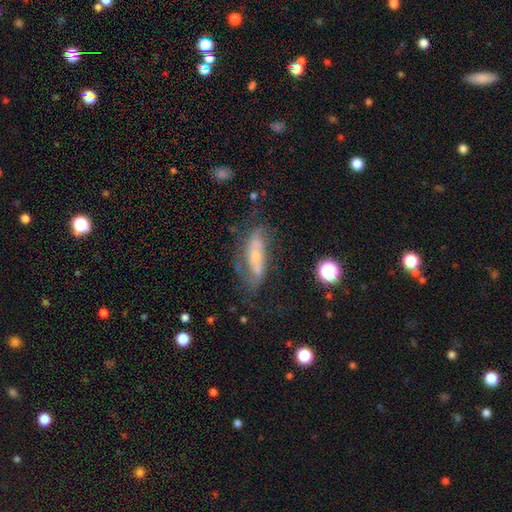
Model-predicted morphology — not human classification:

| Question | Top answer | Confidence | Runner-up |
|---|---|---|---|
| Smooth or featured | featured or disk | 67% | smooth (24%) |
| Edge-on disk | no | 76% | yes (24%) |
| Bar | no | 55% | weak (24%) |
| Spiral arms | yes | 72% | no (28%) |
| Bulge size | small | 63% | moderate (30%) |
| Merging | none | 52% | minor disturbance (24%) |